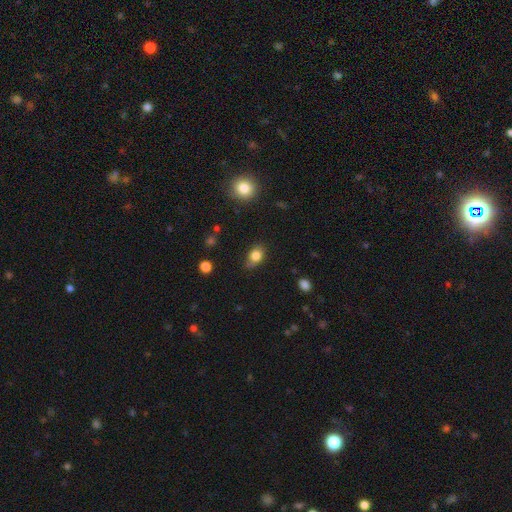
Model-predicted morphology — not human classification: A smooth galaxy with no disk features (81%) that is in between round and cigar-shaped (71%).

Vote fractions:
- Smooth or featured? smooth: 81% / star or artifact: 10% / featured or disk: 9%
- How rounded? in between: 71% / round: 27% / cigar-shaped: 2%
- Merging? none: 64% / minor disturbance: 27% / major disturbance: 6% / merger: 3%